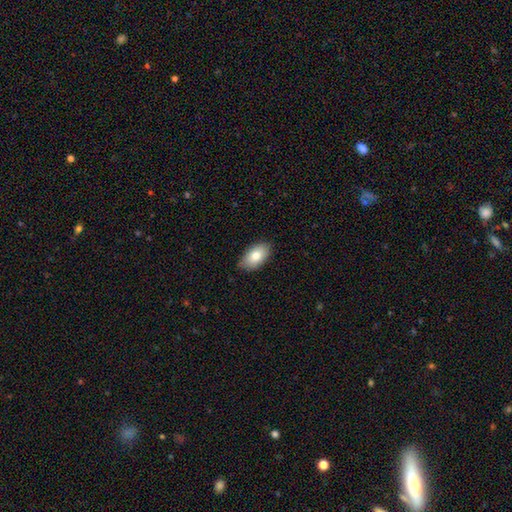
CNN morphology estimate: Smooth or featured: smooth — 81% (featured or disk — 12%)
How rounded: in between — 94% (round — 4%)
Merging: none — 82% (minor disturbance — 15%)